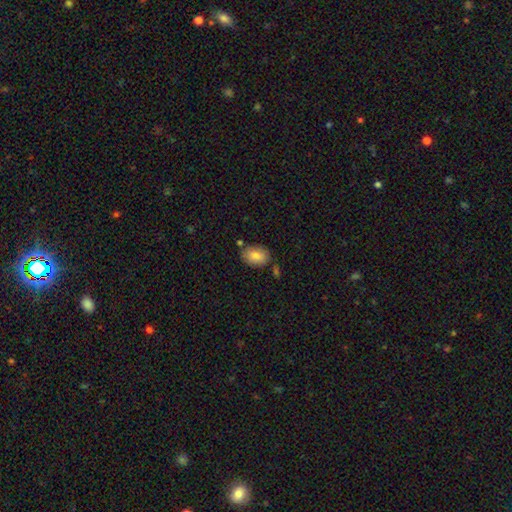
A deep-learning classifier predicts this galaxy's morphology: Smooth or featured: smooth — 81% (featured or disk — 11%)
How rounded: in between — 84% (round — 15%)
Merging: none — 76% (minor disturbance — 15%)